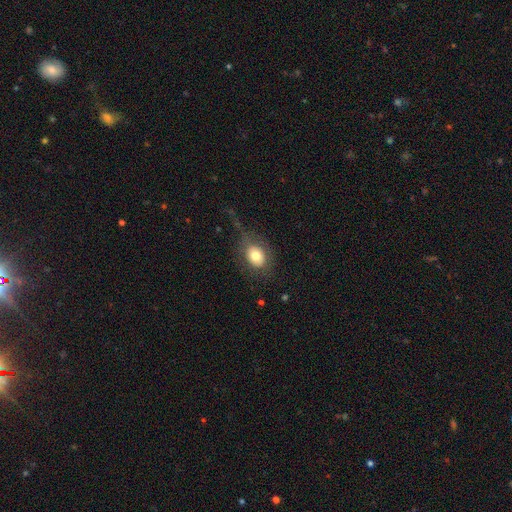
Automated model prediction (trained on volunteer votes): Morphology: type=smooth (73%); roundness=in between (58%); merging=none (56%).